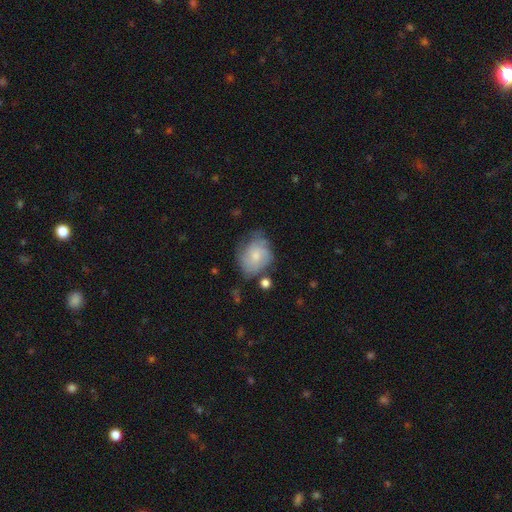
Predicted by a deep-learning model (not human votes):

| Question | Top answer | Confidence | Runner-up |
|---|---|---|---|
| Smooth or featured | smooth | 53% | featured or disk (39%) |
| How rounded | round | 52% | in between (47%) |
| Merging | none | 49% | minor disturbance (31%) |